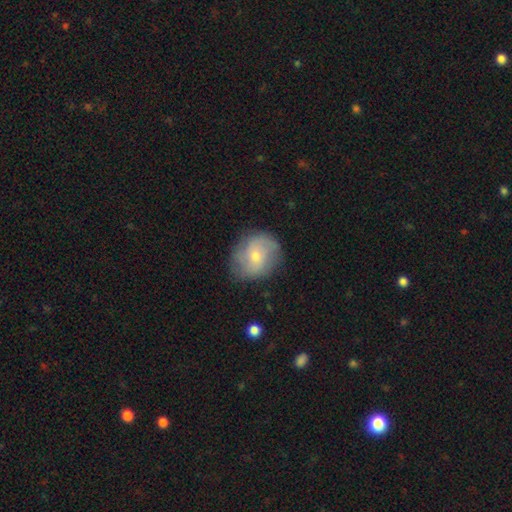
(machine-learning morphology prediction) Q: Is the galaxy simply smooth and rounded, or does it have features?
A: featured or disk — 52%.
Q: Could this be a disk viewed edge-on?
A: no — 97%.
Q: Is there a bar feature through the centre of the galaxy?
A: no — 64%.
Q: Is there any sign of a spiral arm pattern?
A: yes — 81%.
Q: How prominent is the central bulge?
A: small — 53%.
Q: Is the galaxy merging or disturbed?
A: none — 76%.